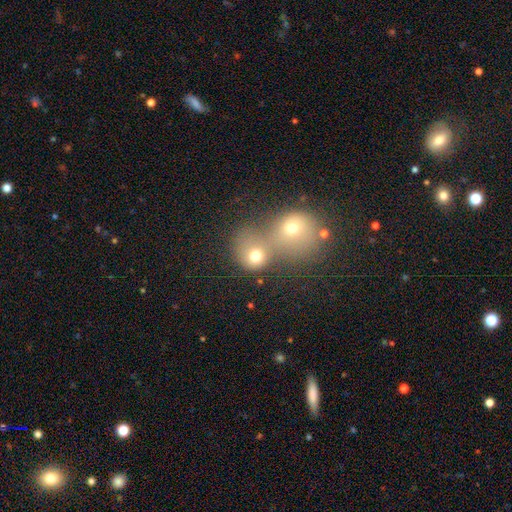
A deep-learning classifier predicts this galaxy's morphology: This is likely a smooth galaxy (73%). How rounded: likely round (79%). Merging: likely merger (68%).